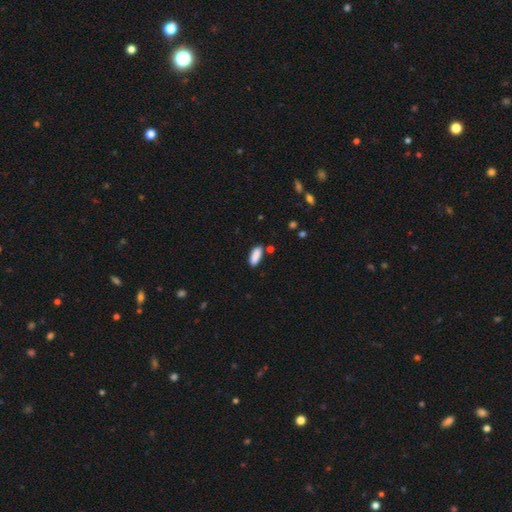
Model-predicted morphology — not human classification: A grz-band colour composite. It shows a smooth galaxy with no disk features (88%) that is in between round and cigar-shaped (69%). Merging: none (80%).